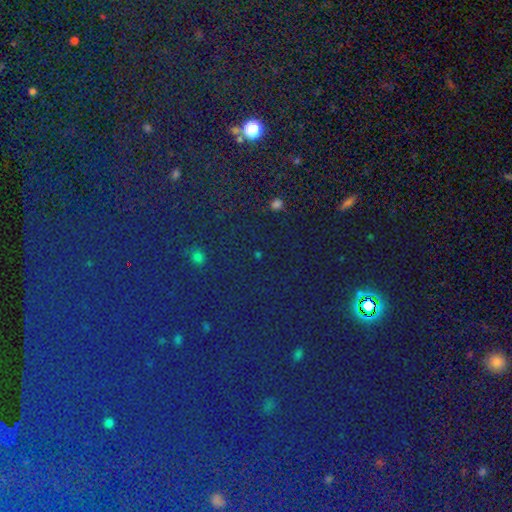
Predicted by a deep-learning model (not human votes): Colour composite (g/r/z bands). It shows a star or artifact, not a galaxy (78%).